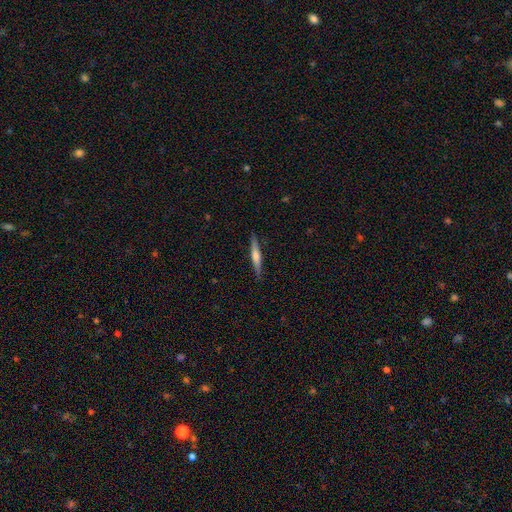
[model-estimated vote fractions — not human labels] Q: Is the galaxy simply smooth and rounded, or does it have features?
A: featured or disk — 56%.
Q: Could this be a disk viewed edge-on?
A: yes — 97%.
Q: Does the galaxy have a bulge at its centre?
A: rounded — 69%.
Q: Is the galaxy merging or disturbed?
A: none — 89%.